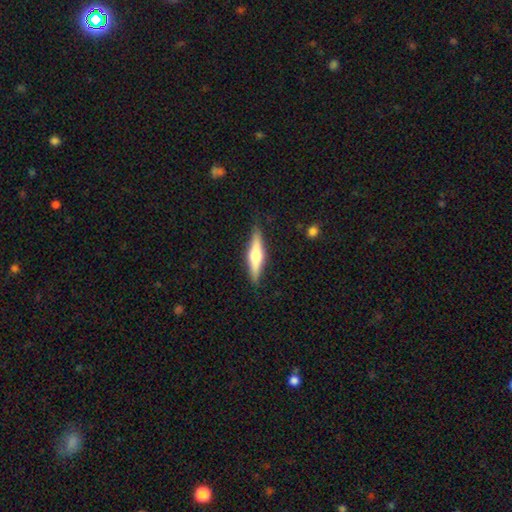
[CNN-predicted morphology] This is possibly a featured or disk galaxy (55%). It is clearly viewed edge-on (96%). Edge-on bulge: clearly rounded (90%). Merging: clearly none (87%).